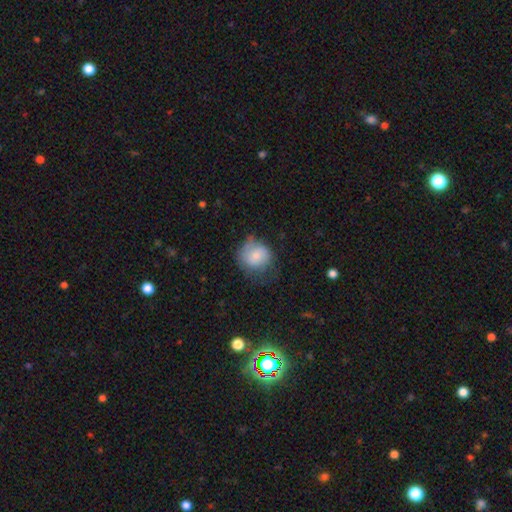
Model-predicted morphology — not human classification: smooth 65%, featured or disk 28%, star or artifact 8%. Down the decision tree: how rounded — round (77%); merging — none (47%).